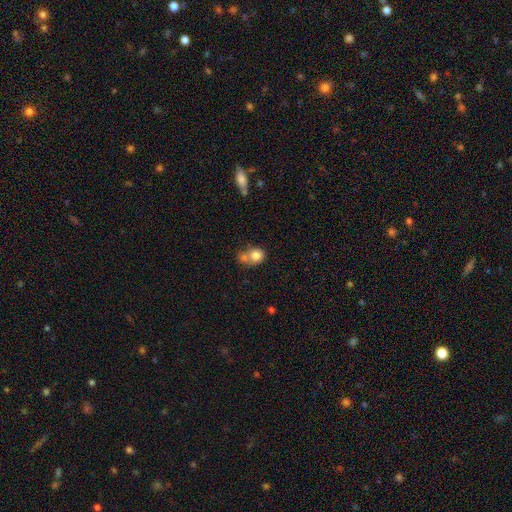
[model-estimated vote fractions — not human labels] Smooth or featured?
  - smooth: 78% *
  - featured or disk: 12%
  - star or artifact: 10%
How rounded?
  - round: 68% *
  - in between: 31%
  - cigar-shaped: 1%
Merging?
  - merger: 46% *
  - none: 36%
  - minor disturbance: 12%
  - major disturbance: 5%